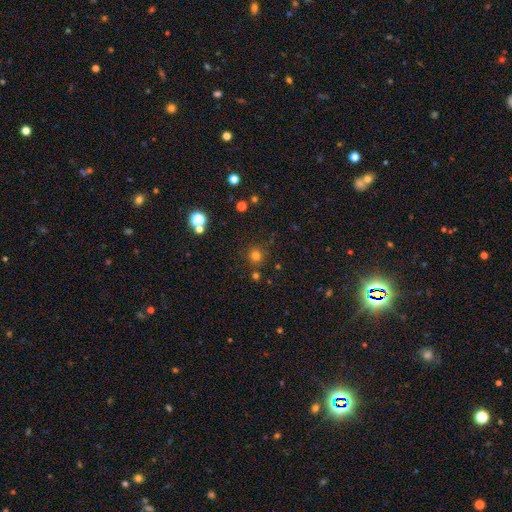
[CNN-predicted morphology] smooth 75%, star or artifact 20%, featured or disk 6%. Down the decision tree: how rounded — round (94%); merging — none (84%).